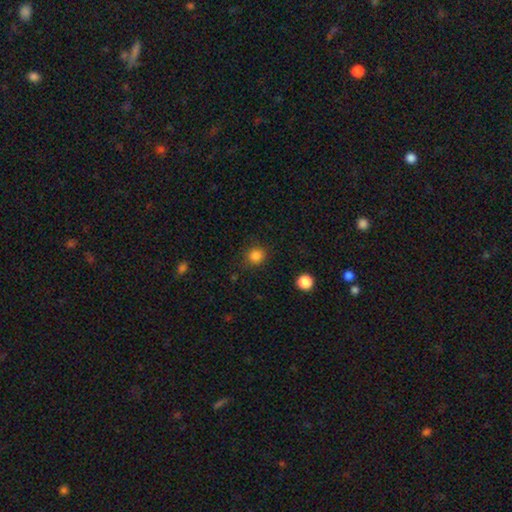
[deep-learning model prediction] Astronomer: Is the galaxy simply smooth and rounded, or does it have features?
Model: smooth — 84%.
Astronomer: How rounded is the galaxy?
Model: round — 86%.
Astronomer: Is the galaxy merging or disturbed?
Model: none — 85%.